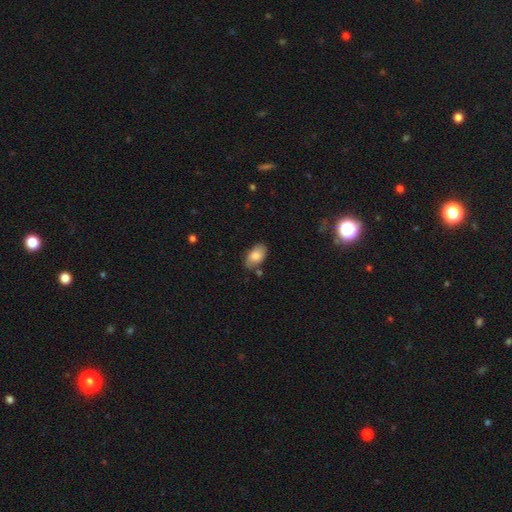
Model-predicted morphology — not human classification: Smooth or featured?
  - smooth: 80% *
  - featured or disk: 13%
  - star or artifact: 7%
How rounded?
  - in between: 93% *
  - round: 5%
  - cigar-shaped: 2%
Merging?
  - none: 71% *
  - minor disturbance: 19%
  - merger: 5%
  - major disturbance: 4%